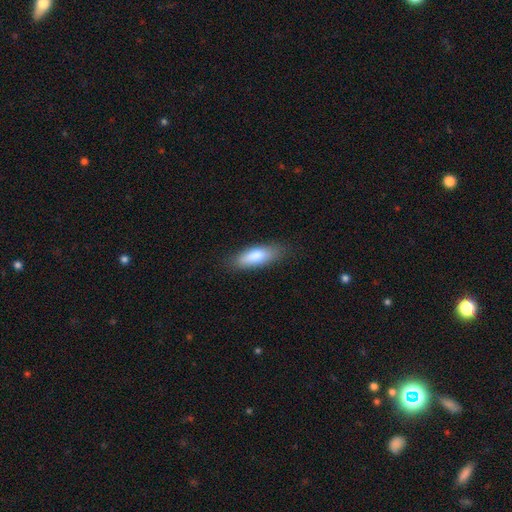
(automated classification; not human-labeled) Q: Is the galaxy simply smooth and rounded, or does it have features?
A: smooth — 82%.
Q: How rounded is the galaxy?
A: in between — 63%.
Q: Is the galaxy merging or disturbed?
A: none — 80%.